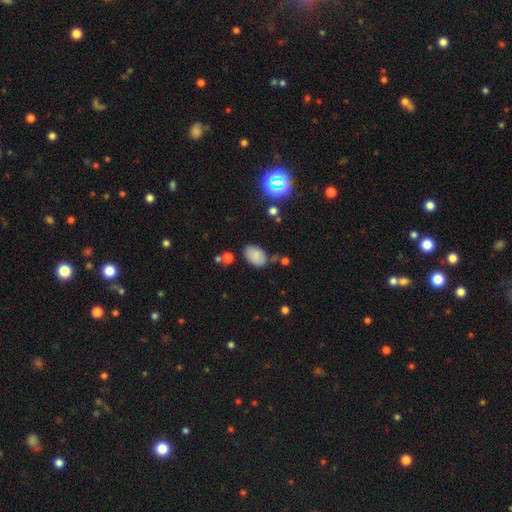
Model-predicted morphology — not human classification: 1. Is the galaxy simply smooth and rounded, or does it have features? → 80% smooth, 12% star or artifact, 9% featured or disk.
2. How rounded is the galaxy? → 89% in between, 10% round, 1% cigar-shaped.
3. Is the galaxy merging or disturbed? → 67% none, 22% minor disturbance, 6% major disturbance, 5% merger.